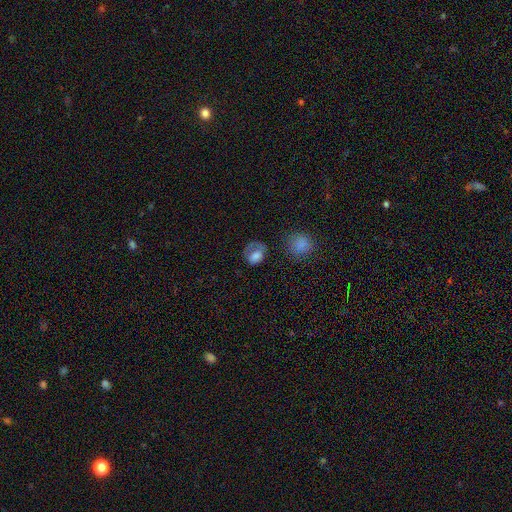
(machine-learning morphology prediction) Smooth or featured? smooth (70%)
How rounded? in between (56%)
Merging? none (43%)